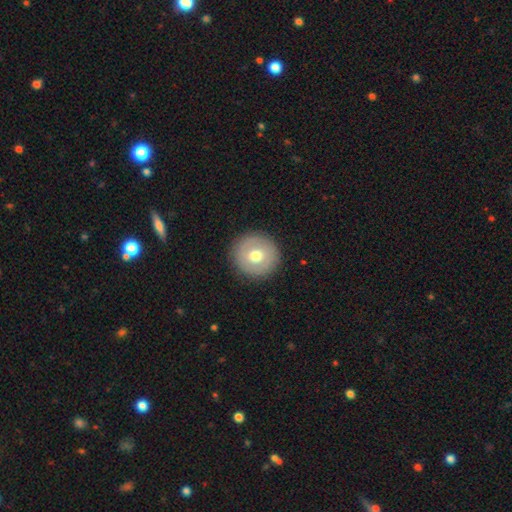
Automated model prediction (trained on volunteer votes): This appears to be a smooth galaxy with no disk features (64%) that is round (95%). Merging: none (91%).